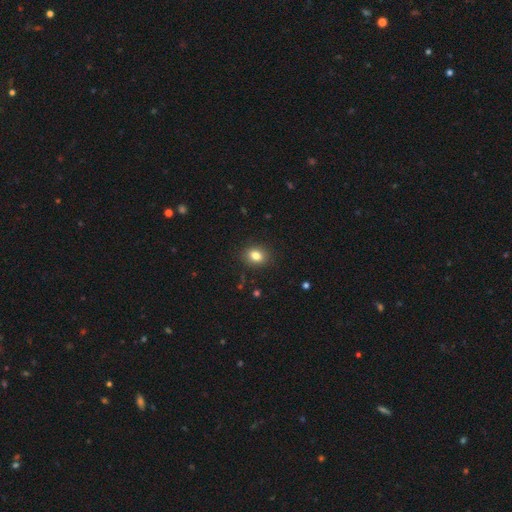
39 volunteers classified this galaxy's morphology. type=smooth (87%); roundness=round (59%); merging=none (95%).